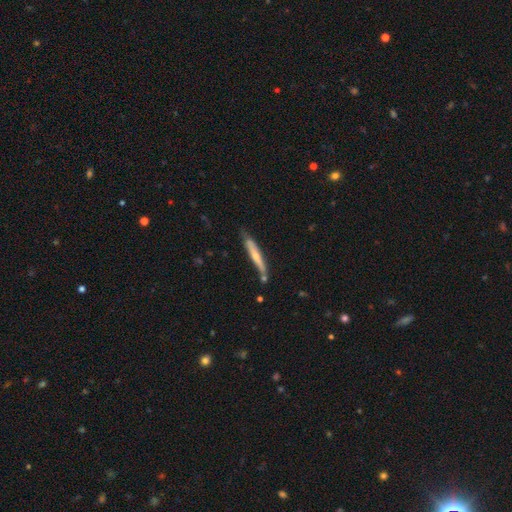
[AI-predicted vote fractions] A smooth galaxy with no disk features (50%).

Vote fractions:
- Smooth or featured? smooth: 50% / featured or disk: 45% / star or artifact: 6%
- Merging? none: 69% / minor disturbance: 21% / merger: 7% / major disturbance: 3%